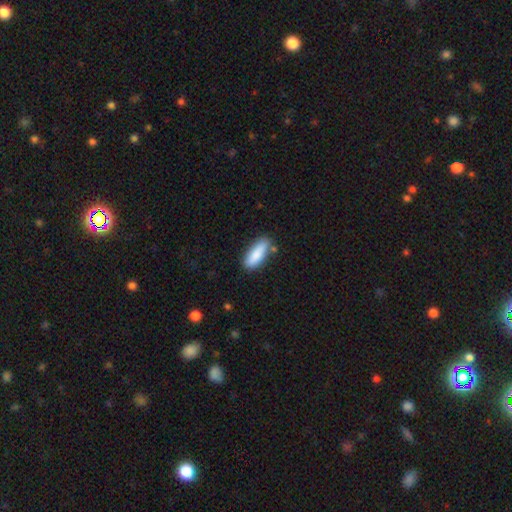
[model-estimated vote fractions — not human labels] This appears to be a smooth galaxy with no disk features (85%) that is in between round and cigar-shaped (61%). Merging: none (79%).